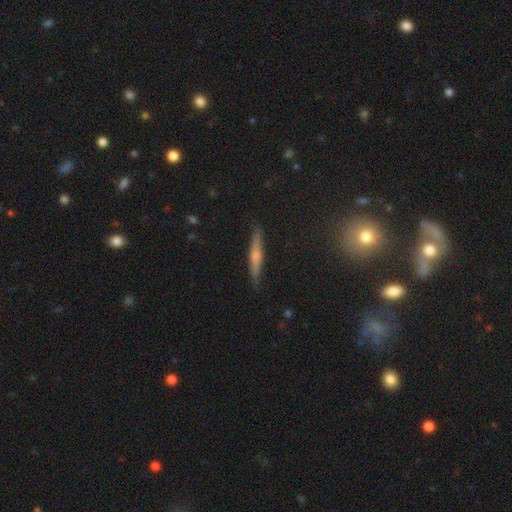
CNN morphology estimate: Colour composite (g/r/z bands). It shows a featured or disk galaxy (53%) viewed edge-on (96%) with a rounded central bulge (69%). Merging: none (88%).